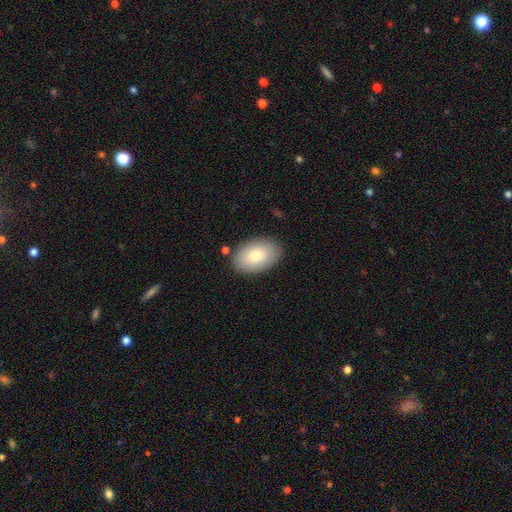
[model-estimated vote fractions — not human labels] Morphology: type=smooth (82%); roundness=in between (92%); merging=none (85%).